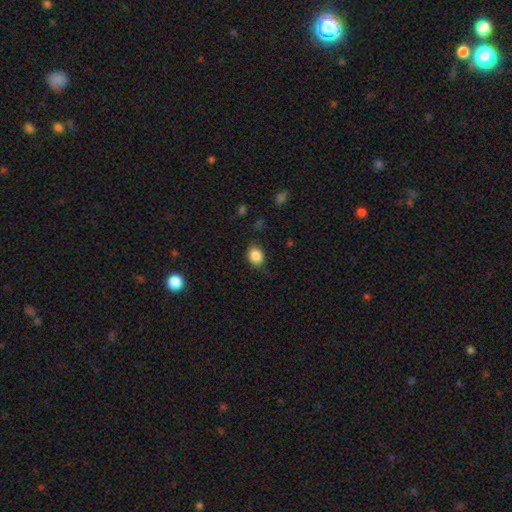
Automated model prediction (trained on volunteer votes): Smooth or featured? smooth (86%)
How rounded? round (52%)
Merging? none (75%)